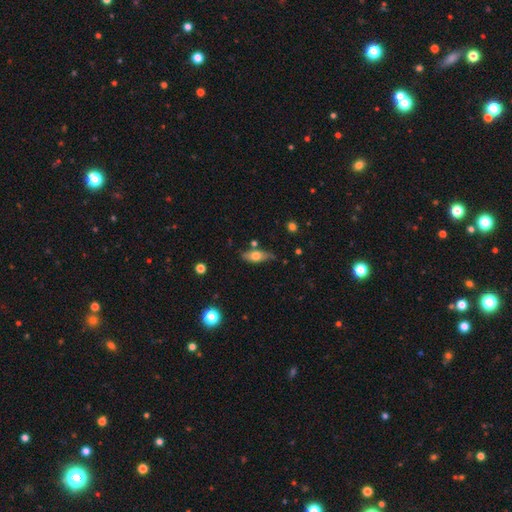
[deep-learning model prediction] A smooth galaxy with no disk features (61%) that is in between round and cigar-shaped (73%). Merging: none (64%).